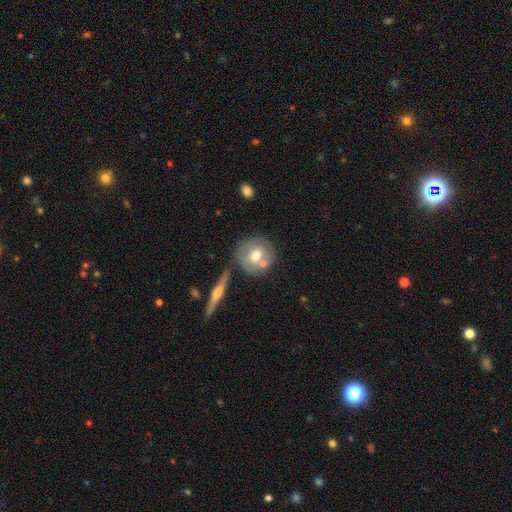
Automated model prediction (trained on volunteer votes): Q: Smooth or featured?
A: smooth (57%); runner-up: featured or disk (35%)
Q: How rounded?
A: round (89%); runner-up: in between (10%)
Q: Merging?
A: none (61%); runner-up: merger (22%)